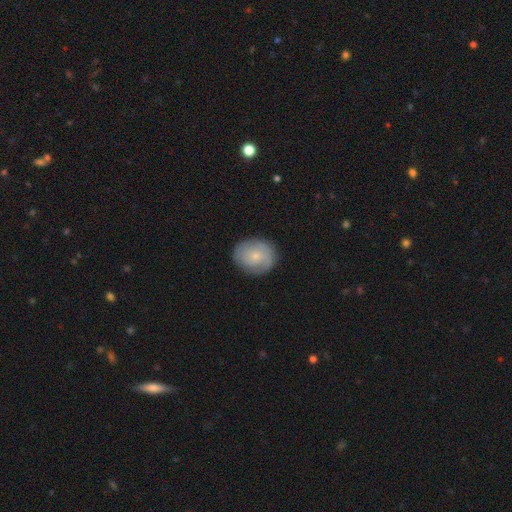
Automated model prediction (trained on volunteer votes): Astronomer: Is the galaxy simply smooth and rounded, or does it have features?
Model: smooth — 49% (runner-up: featured or disk, 43%).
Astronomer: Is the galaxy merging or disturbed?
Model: none — 82%.